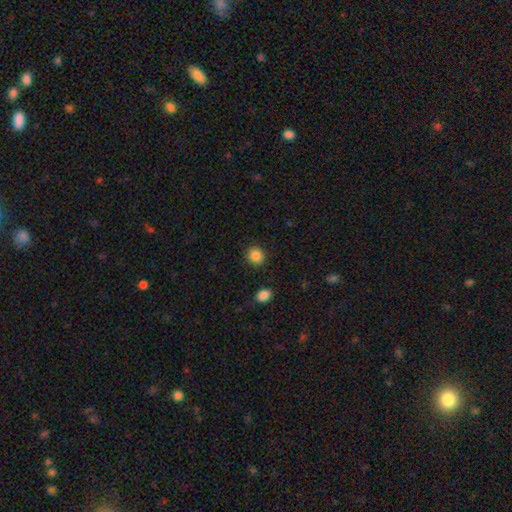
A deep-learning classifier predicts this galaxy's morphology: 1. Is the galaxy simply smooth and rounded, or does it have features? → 87% smooth, 9% star or artifact, 4% featured or disk.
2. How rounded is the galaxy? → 81% round, 18% in between, 1% cigar-shaped.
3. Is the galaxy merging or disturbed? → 89% none, 7% minor disturbance, 2% major disturbance, 2% merger.